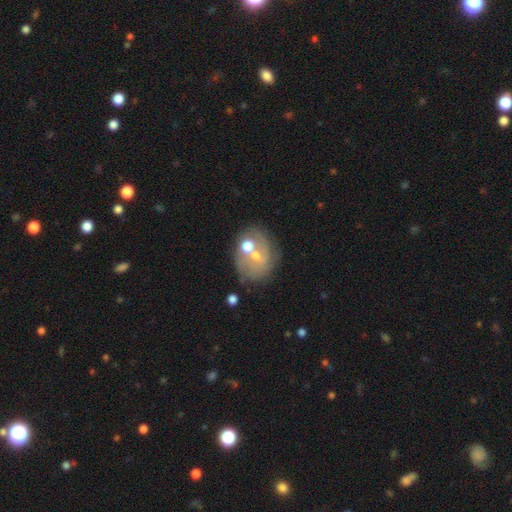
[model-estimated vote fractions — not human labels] Smooth or featured? featured or disk (53%)
Edge-on disk? no (96%)
Bar? no (68%)
Spiral arms? no (58%)
Bulge size? moderate (47%)
Merging? none (53%)